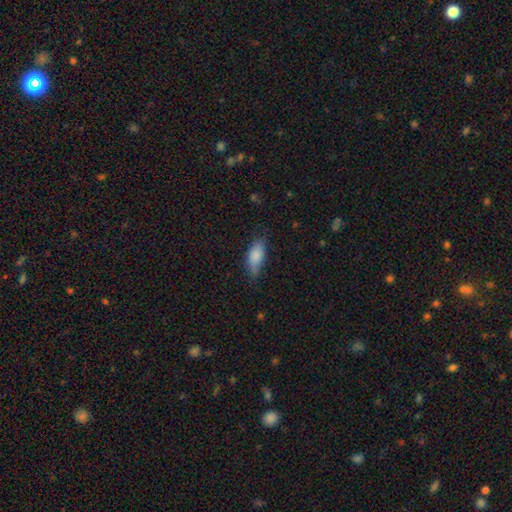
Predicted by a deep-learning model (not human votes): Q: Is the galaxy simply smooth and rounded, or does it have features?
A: smooth — 84%.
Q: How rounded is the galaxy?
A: in between — 83%.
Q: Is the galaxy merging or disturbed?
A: none — 63%.